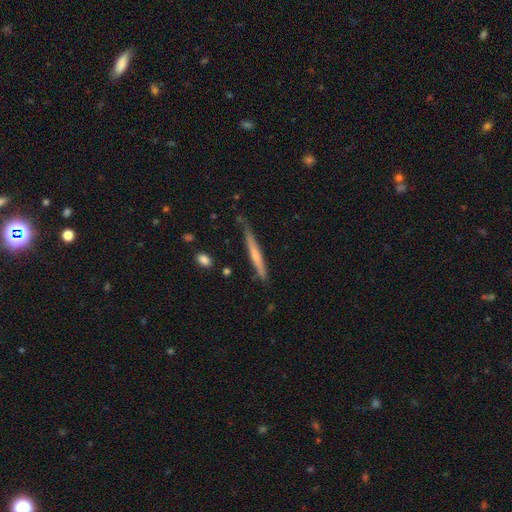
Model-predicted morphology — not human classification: Smooth or featured? Predicted: featured or disk (p=0.51). Edge-on disk? Predicted: yes (p=0.95). Merging? Predicted: none (p=0.72).